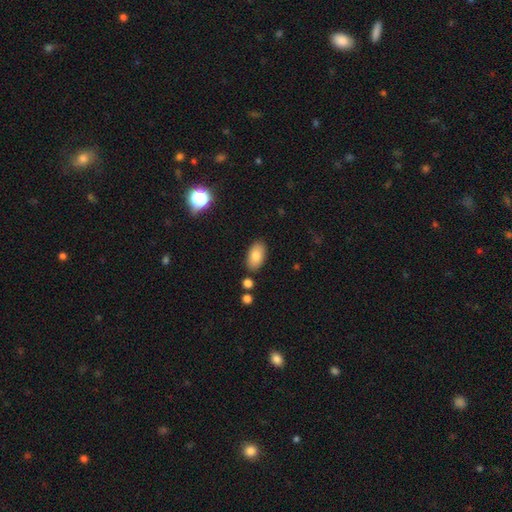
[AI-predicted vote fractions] Smooth or featured? smooth (82%)
How rounded? in between (94%)
Merging? none (85%)